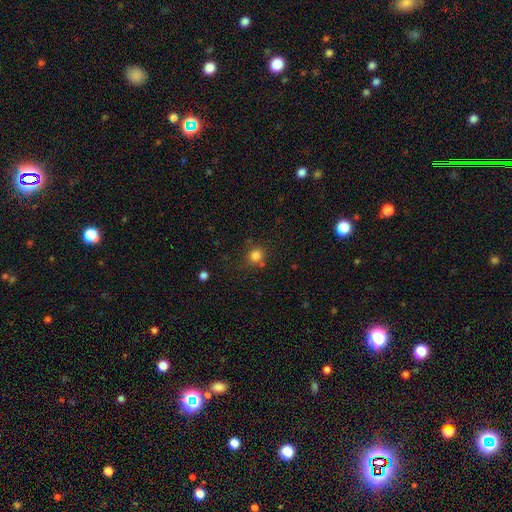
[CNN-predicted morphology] Smooth or featured? smooth (81%)
How rounded? round (88%)
Merging? none (76%)